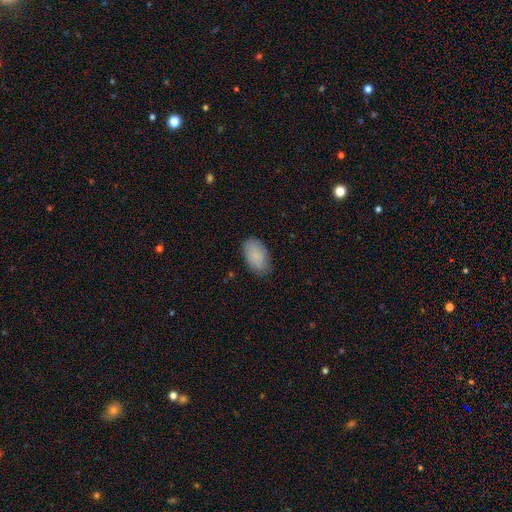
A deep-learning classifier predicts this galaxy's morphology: Q: Smooth or featured?
A: smooth (83%); runner-up: featured or disk (11%)
Q: How rounded?
A: in between (93%); runner-up: round (5%)
Q: Merging?
A: none (79%); runner-up: minor disturbance (16%)